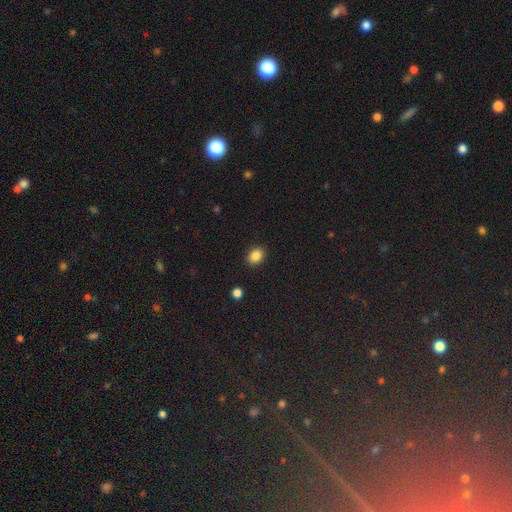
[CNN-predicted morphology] Q: Smooth or featured?
A: smooth (87%); runner-up: star or artifact (10%)
Q: How rounded?
A: in between (60%); runner-up: round (39%)
Q: Merging?
A: none (89%); runner-up: minor disturbance (8%)